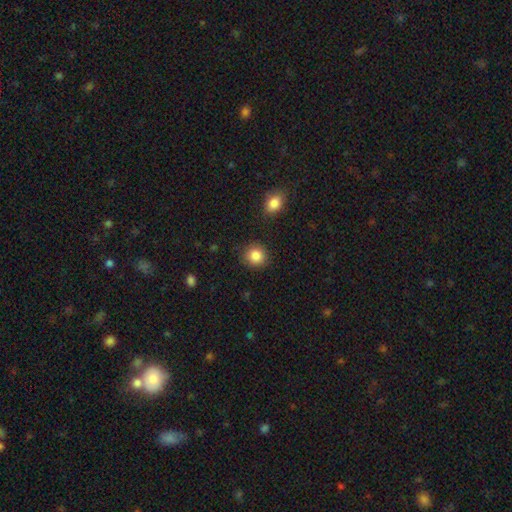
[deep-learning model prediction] Smooth or featured? smooth (87%)
How rounded? round (87%)
Merging? none (86%)